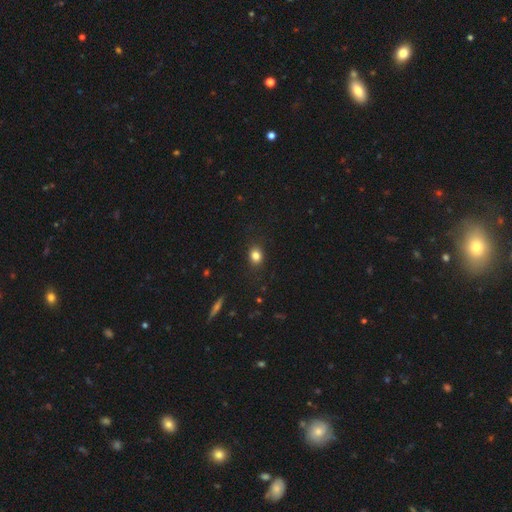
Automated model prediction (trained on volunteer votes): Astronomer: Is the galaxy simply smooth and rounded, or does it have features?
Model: smooth — 82%.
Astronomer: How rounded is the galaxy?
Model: round — 54% (runner-up: in between, 44%).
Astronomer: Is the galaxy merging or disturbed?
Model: none — 85%.